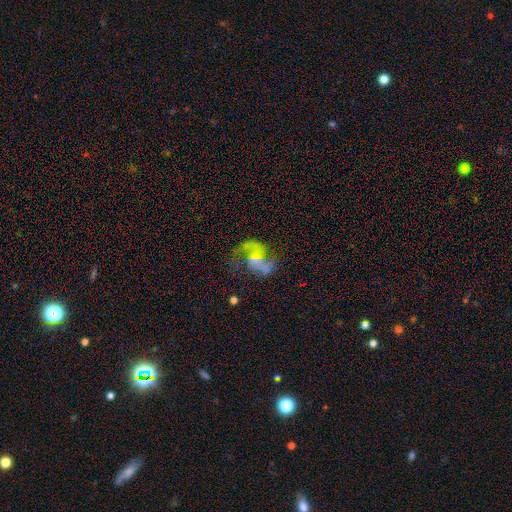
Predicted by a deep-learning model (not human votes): A featured or disk galaxy (78%) with a weak bar (45%), 2 (83%) loose (55%) spiral arms (86%) and a small central bulge (45%).

Vote fractions:
- Smooth or featured? featured or disk: 78% / smooth: 12% / star or artifact: 10%
- Edge-on disk? no: 98% / yes: 2%
- Bar? weak: 45% / no: 42% / strong: 13%
- Spiral arms? yes: 86% / no: 14%
- Spiral winding? loose: 55% / medium: 38% / tight: 8%
- Spiral arm count? 2: 83% / 1: 6% / can't tell: 6% / 3: 2% / 4: 1% / more than 4: 1%
- Bulge size? small: 45% / none: 29% / moderate: 22% / large: 3% / dominant: 1%
- Merging? none: 46% / major disturbance: 27% / minor disturbance: 19% / merger: 8%